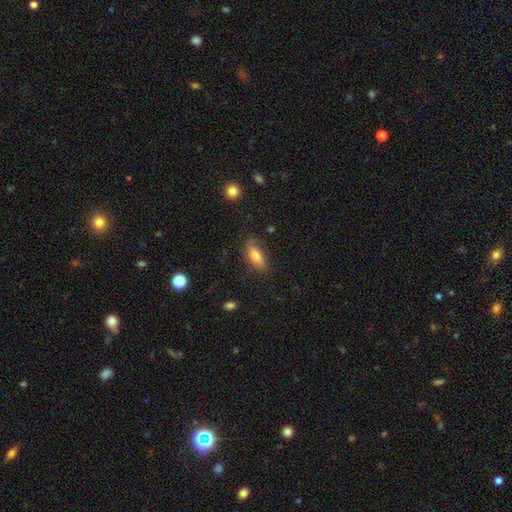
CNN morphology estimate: Smooth or featured?
  - smooth: 77% *
  - featured or disk: 16%
  - star or artifact: 8%
How rounded?
  - in between: 73% *
  - cigar-shaped: 25%
  - round: 3%
Merging?
  - none: 76% *
  - minor disturbance: 18%
  - major disturbance: 4%
  - merger: 2%